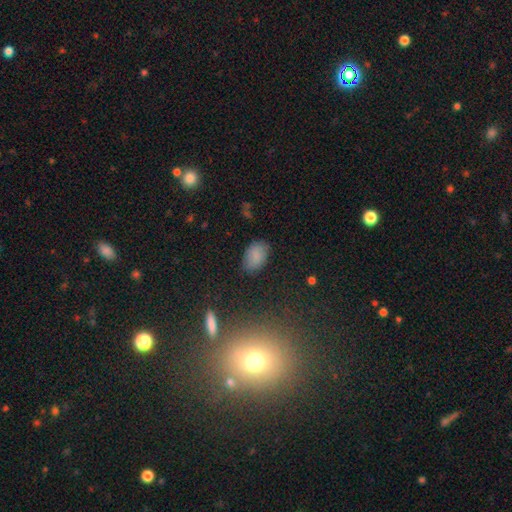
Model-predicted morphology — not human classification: The model was most divided on "merging": none: 77%, minor disturbance: 17%, major disturbance: 4%, merger: 2%. More confident: how rounded — in between (87%); smooth or featured — smooth (83%).